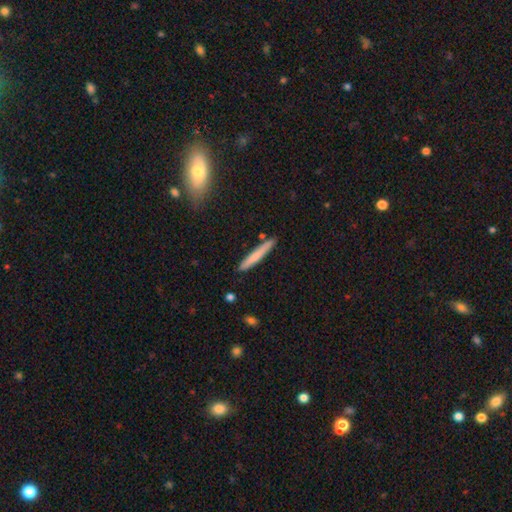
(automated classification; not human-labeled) smooth_or_featured: smooth (p=0.67) [alt: featured or disk p=0.27]
how_rounded: cigar-shaped (p=0.95) [alt: in between p=0.04]
merging: none (p=0.86) [alt: minor disturbance p=0.09]